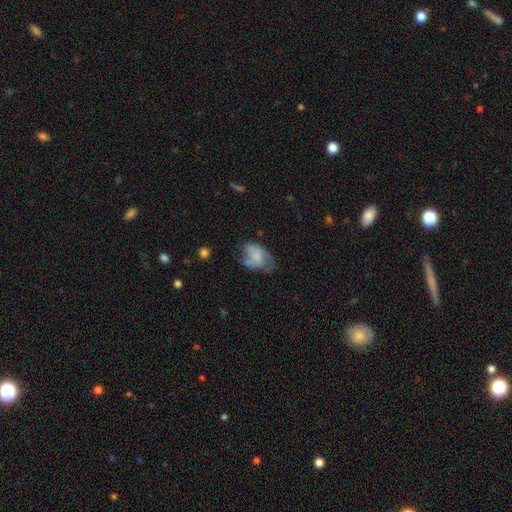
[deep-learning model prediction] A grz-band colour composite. It shows a smooth galaxy with no disk features (51%) that is in between round and cigar-shaped (82%). Merging: major disturbance (32%).